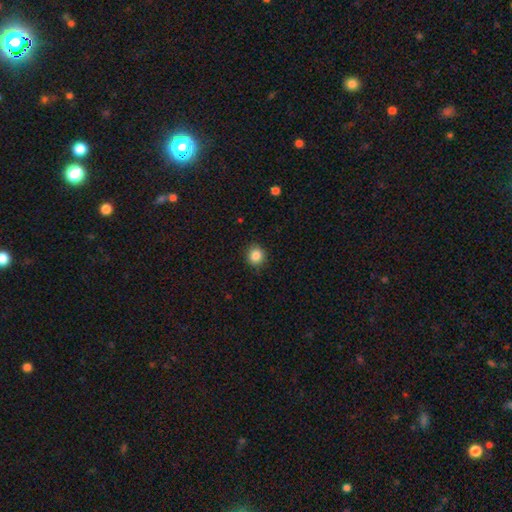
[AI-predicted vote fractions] A smooth galaxy with no disk features (86%) that is round (87%).

Vote fractions:
- Smooth or featured? smooth: 86% / star or artifact: 10% / featured or disk: 4%
- How rounded? round: 87% / in between: 12% / cigar-shaped: 1%
- Merging? none: 89% / minor disturbance: 8% / major disturbance: 2% / merger: 1%